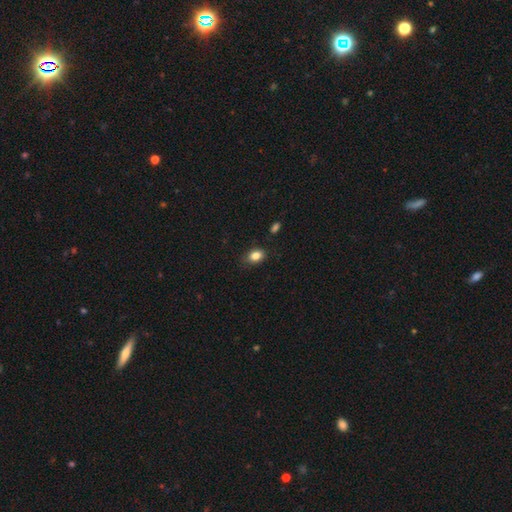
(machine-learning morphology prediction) A smooth galaxy with no disk features (84%) that is in between round and cigar-shaped (74%).

Vote fractions:
- Smooth or featured? smooth: 84% / star or artifact: 10% / featured or disk: 6%
- How rounded? in between: 74% / round: 25% / cigar-shaped: 1%
- Merging? none: 80% / minor disturbance: 15% / major disturbance: 3% / merger: 2%